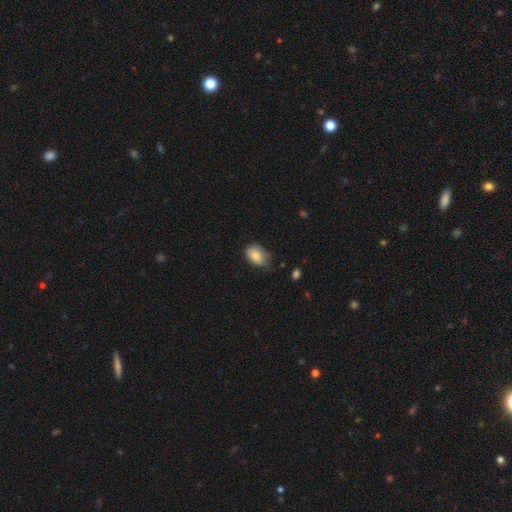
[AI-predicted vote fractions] Overall: smooth (85%). How rounded: in between (80%). Merging: none (56%; minor disturbance 36%).